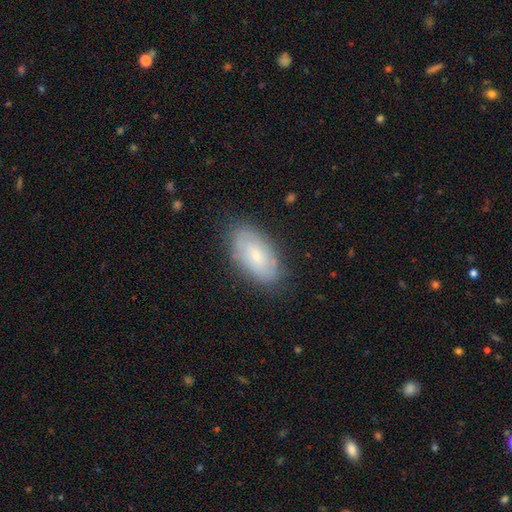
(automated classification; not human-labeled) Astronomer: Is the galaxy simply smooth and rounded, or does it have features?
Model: smooth — 52% (runner-up: featured or disk, 41%).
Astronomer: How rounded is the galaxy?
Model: in between — 93%.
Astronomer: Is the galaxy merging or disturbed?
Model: none — 80%.